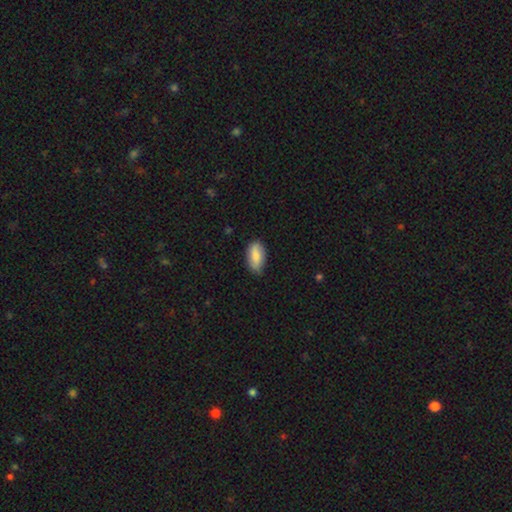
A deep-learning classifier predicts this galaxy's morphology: A smooth galaxy with no disk features (78%) that is in between round and cigar-shaped (91%).

Vote fractions:
- Smooth or featured? smooth: 78% / featured or disk: 15% / star or artifact: 6%
- How rounded? in between: 91% / cigar-shaped: 6% / round: 3%
- Merging? none: 77% / minor disturbance: 19% / major disturbance: 3% / merger: 1%